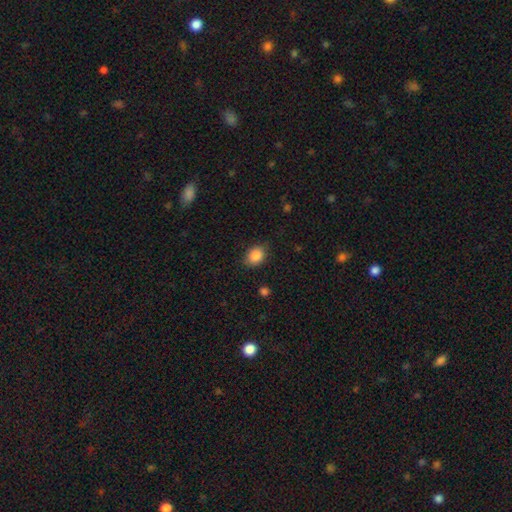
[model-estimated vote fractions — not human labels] The model was most divided on "how rounded": in between: 58%, round: 40%, cigar-shaped: 1%. More confident: smooth or featured — smooth (86%); merging — none (81%).